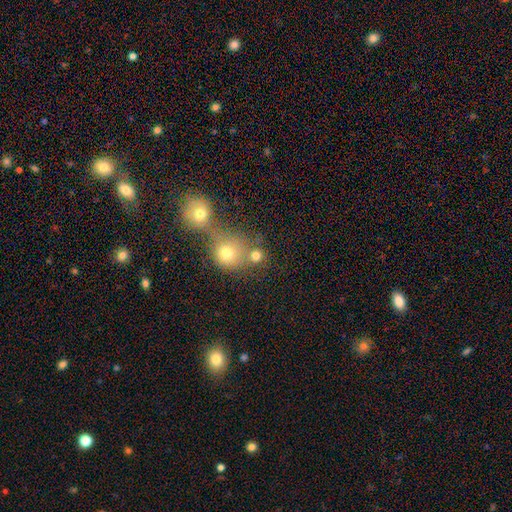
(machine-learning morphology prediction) Smooth or featured: smooth — 75% (star or artifact — 15%)
How rounded: round — 84% (in between — 15%)
Merging: none — 52% (merger — 36%)